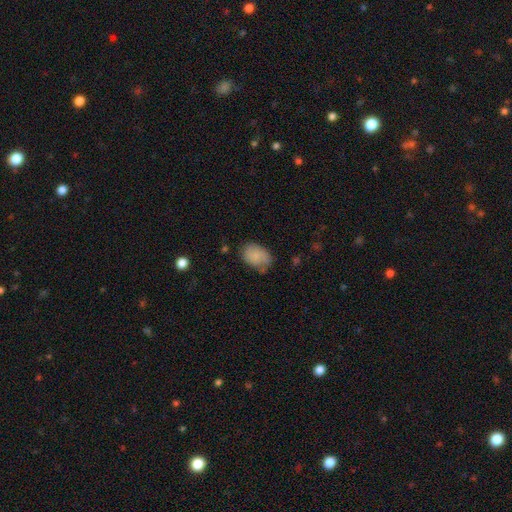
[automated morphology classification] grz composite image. It shows a smooth galaxy with no disk features (81%) that is in between round and cigar-shaped (81%). Merging: none (56%).